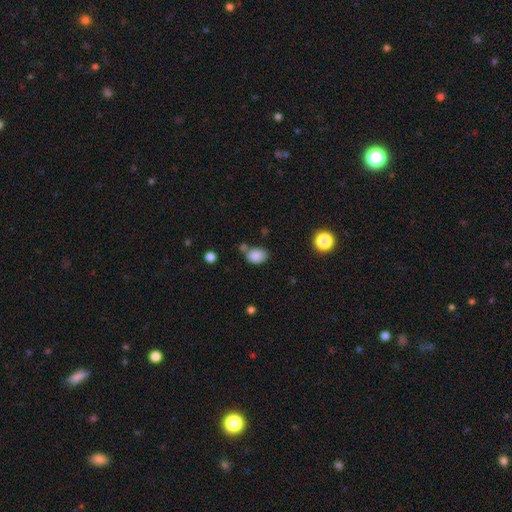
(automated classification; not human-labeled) Morphology: type=smooth (85%); roundness=in between (68%); merging=none (56%).